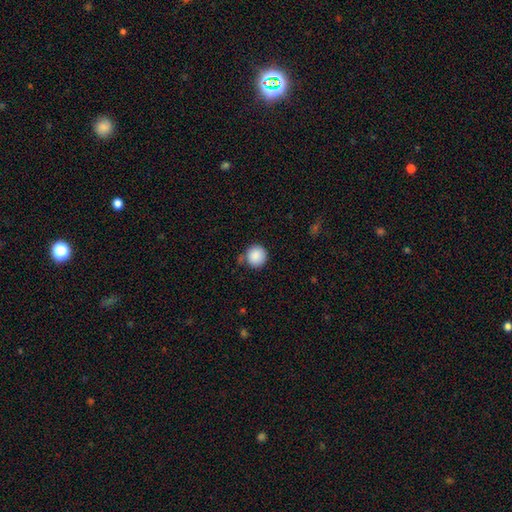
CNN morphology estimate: This appears to be a smooth galaxy with no disk features (88%) that is round (94%). Merging: none (70%).